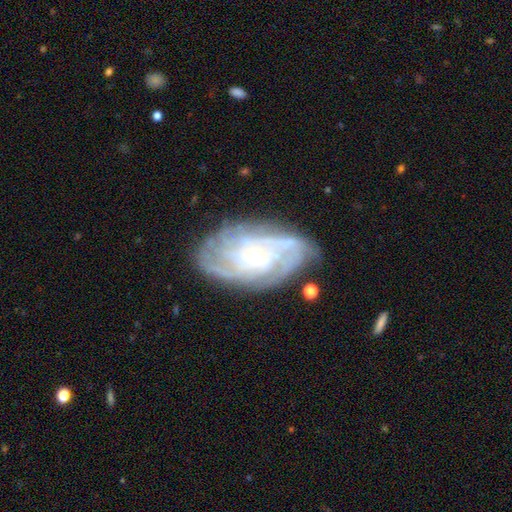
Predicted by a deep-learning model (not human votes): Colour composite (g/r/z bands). It shows a featured or disk galaxy (85%) with no bar (71%), tight (64%) spiral arms (94%) and a small central bulge (75%). Merging: none (75%).